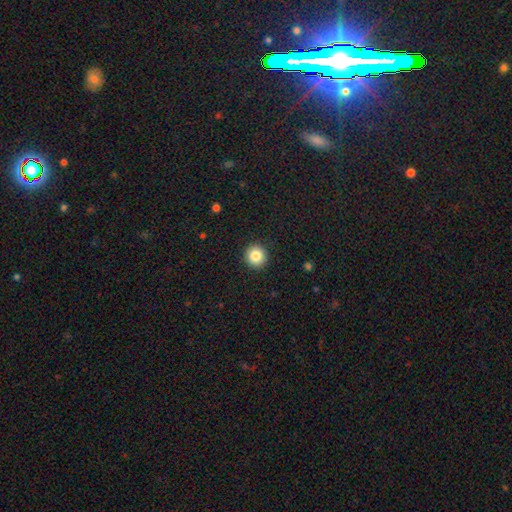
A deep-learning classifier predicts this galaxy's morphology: smooth_or_featured: smooth (p=0.85) [alt: star or artifact p=0.10]
how_rounded: round (p=0.94) [alt: in between p=0.05]
merging: none (p=0.93) [alt: minor disturbance p=0.05]